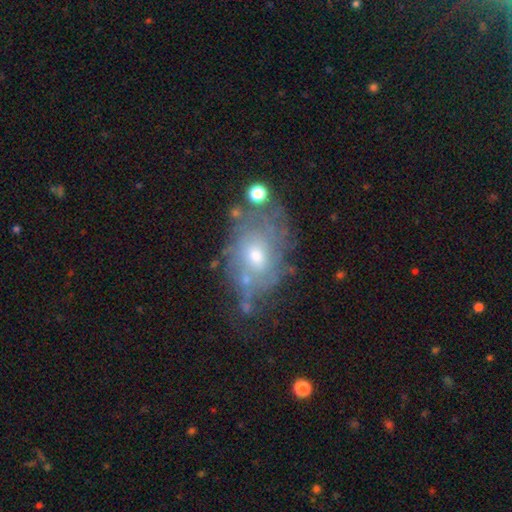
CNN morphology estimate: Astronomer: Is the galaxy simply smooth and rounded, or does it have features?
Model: featured or disk — 60%.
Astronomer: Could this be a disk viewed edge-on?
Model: no — 94%.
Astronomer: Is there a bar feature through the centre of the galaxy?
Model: no — 79%.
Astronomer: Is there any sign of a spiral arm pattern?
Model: yes — 57% (runner-up: no, 43%).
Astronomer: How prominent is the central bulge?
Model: moderate — 54% (runner-up: small, 40%).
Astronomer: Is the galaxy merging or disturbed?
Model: none — 56%.